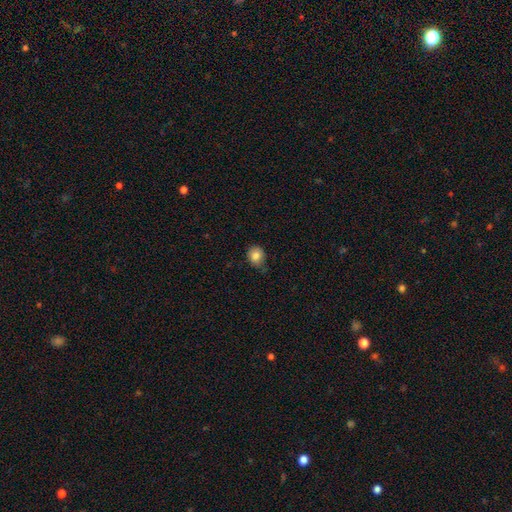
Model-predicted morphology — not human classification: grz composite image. It shows a smooth galaxy with no disk features (83%) that is round (71%). Merging: none (63%).